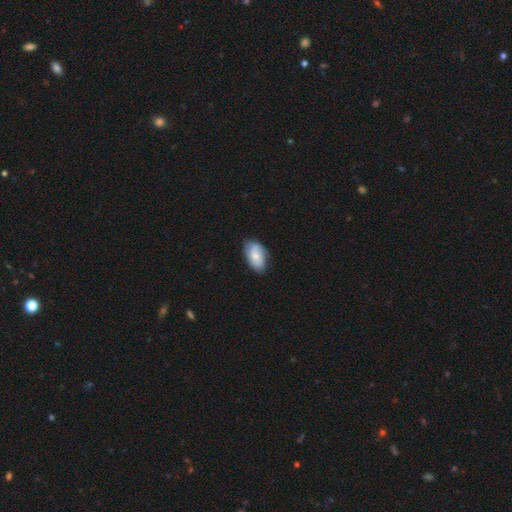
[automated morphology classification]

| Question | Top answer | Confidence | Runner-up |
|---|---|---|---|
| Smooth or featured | smooth | 70% | featured or disk (24%) |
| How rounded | in between | 93% | round (5%) |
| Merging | none | 74% | minor disturbance (21%) |